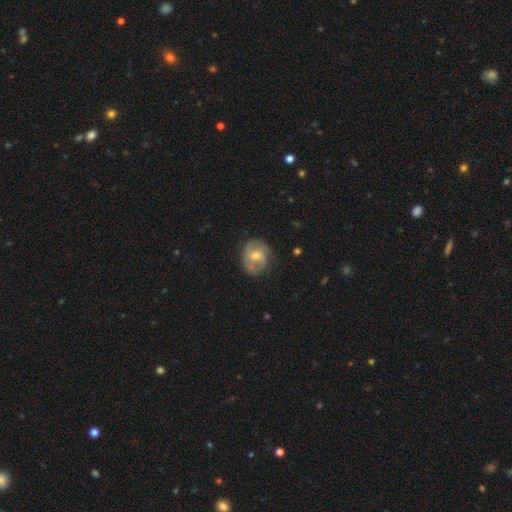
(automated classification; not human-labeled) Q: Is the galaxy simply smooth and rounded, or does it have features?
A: featured or disk — 67%.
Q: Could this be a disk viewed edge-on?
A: no — 97%.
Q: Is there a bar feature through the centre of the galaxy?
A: weak — 49%.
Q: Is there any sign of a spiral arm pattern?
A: yes — 87%.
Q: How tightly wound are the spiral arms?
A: medium — 47%.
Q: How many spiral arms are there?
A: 2 — 67%.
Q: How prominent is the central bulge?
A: moderate — 53%.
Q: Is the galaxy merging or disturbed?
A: none — 69%.